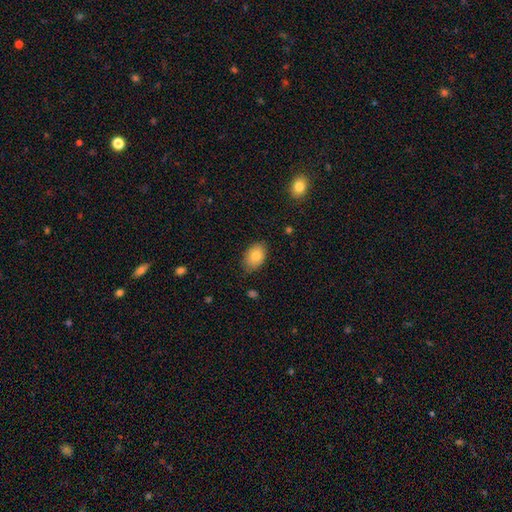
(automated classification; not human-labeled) Smooth or featured? Predicted: smooth (p=0.82). How rounded? Predicted: in between (p=0.85). Merging? Predicted: none (p=0.78).